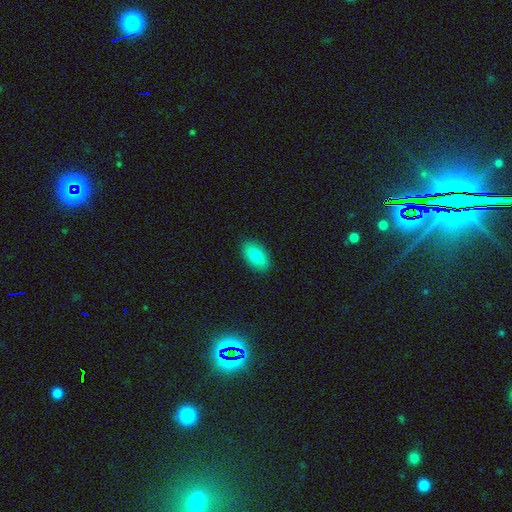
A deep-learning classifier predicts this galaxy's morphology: smooth-or-featured: smooth: 81% | featured or disk: 12% | star or artifact: 7%
  how-rounded: in between: 92% | round: 5% | cigar-shaped: 3%
  merging: none: 89% | minor disturbance: 8% | major disturbance: 2% | merger: 1%